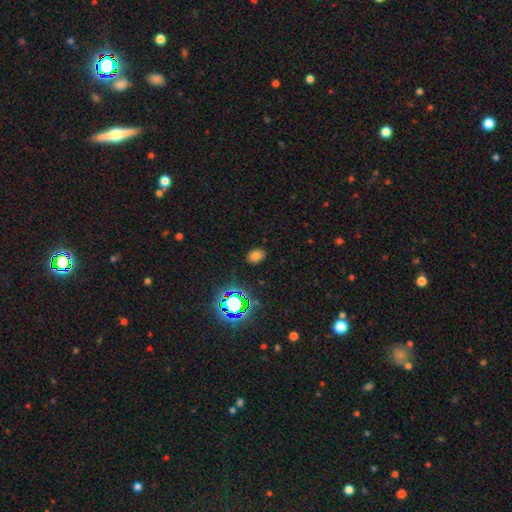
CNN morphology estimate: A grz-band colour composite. It shows a smooth galaxy with no disk features (69%) that is in between round and cigar-shaped (73%). Merging: none (87%).